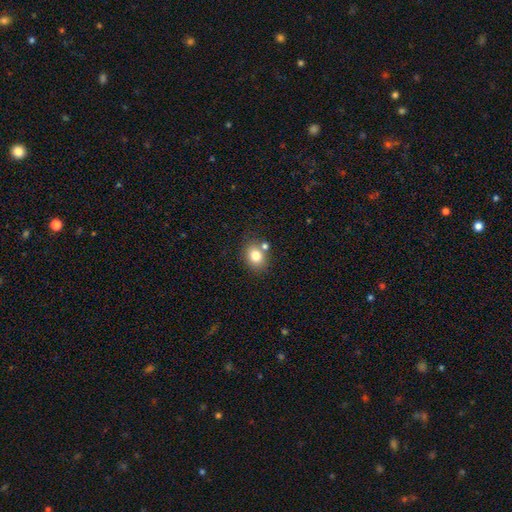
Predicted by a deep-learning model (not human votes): Q: Smooth or featured?
A: smooth (79%); runner-up: star or artifact (11%)
Q: How rounded?
A: round (51%); runner-up: in between (48%)
Q: Merging?
A: none (69%); runner-up: merger (15%)